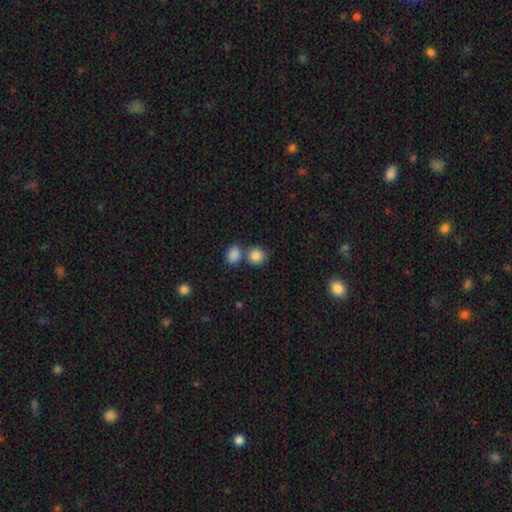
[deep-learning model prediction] Smooth or featured? smooth (86%)
How rounded? round (81%)
Merging? none (57%)